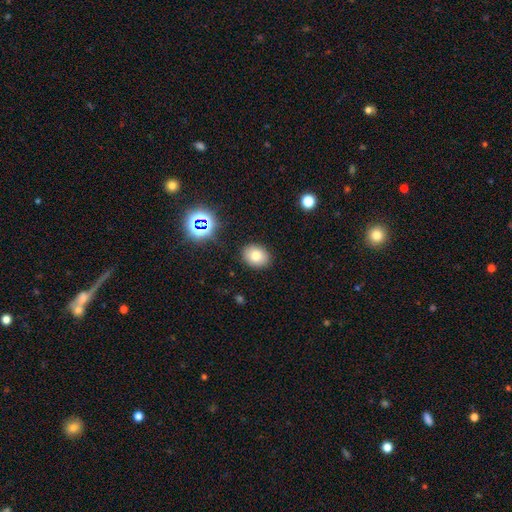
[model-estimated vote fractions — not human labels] smooth_or_featured: smooth (p=0.75) [alt: star or artifact p=0.14]
how_rounded: in between (p=0.53) [alt: round p=0.46]
merging: none (p=0.87) [alt: minor disturbance p=0.09]